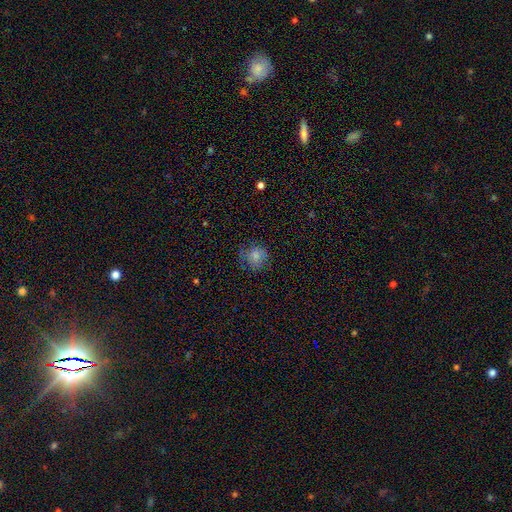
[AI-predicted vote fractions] Q: Smooth or featured?
A: smooth (77%); runner-up: featured or disk (12%)
Q: How rounded?
A: round (83%); runner-up: in between (16%)
Q: Merging?
A: none (66%); runner-up: minor disturbance (23%)